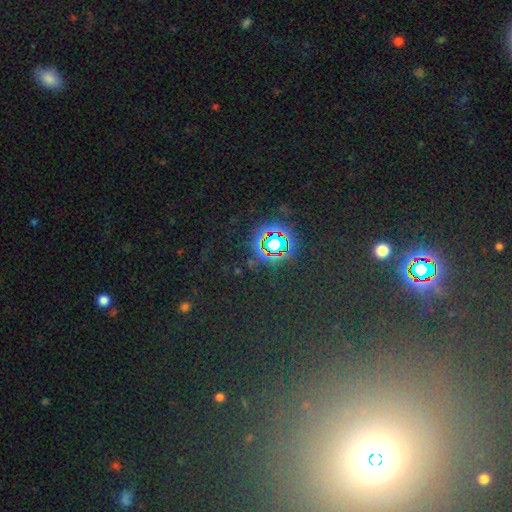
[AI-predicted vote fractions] A star or artifact, not a galaxy (63%).

Vote fractions:
- Smooth or featured? star or artifact: 63% / smooth: 24% / featured or disk: 13%